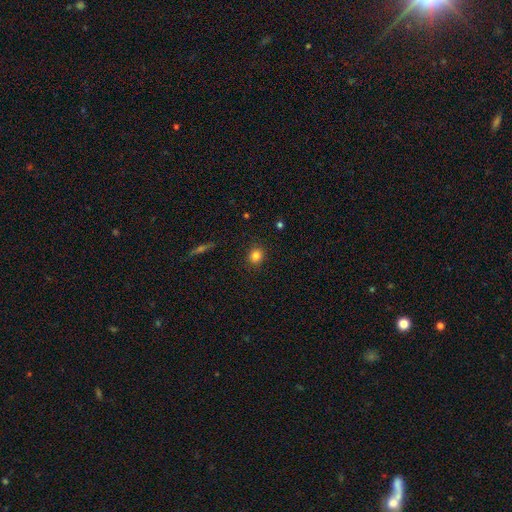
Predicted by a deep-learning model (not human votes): Morphology: type=smooth (83%); roundness=round (79%); merging=none (90%).